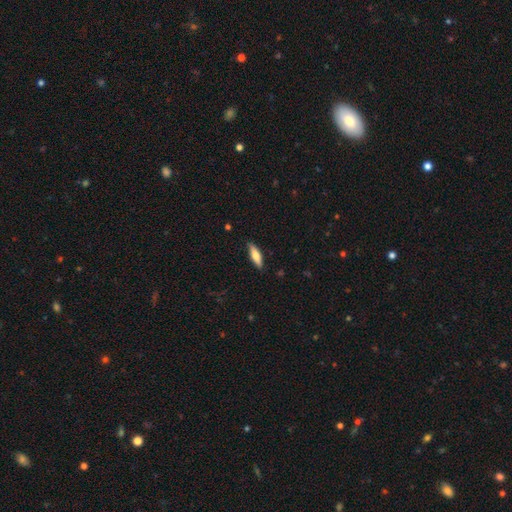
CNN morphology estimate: type=smooth (67%); roundness=cigar-shaped (59%); merging=none (87%).